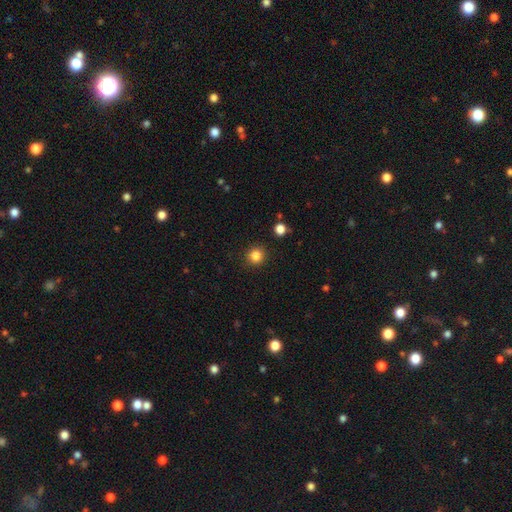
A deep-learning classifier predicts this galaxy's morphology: A smooth galaxy with no disk features (85%) that is round (93%).

Vote fractions:
- Smooth or featured? smooth: 85% / star or artifact: 12% / featured or disk: 4%
- How rounded? round: 93% / in between: 6% / cigar-shaped: 1%
- Merging? none: 91% / minor disturbance: 5% / major disturbance: 2% / merger: 2%